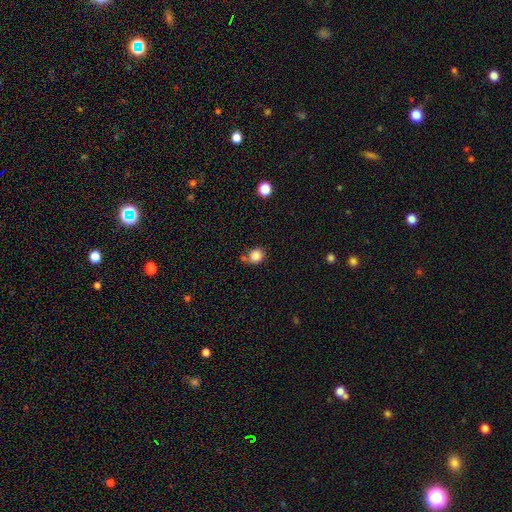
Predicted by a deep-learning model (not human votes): Smooth or featured? Predicted: smooth (p=0.83). How rounded? Predicted: round (p=0.81). Merging? Predicted: none (p=0.65).